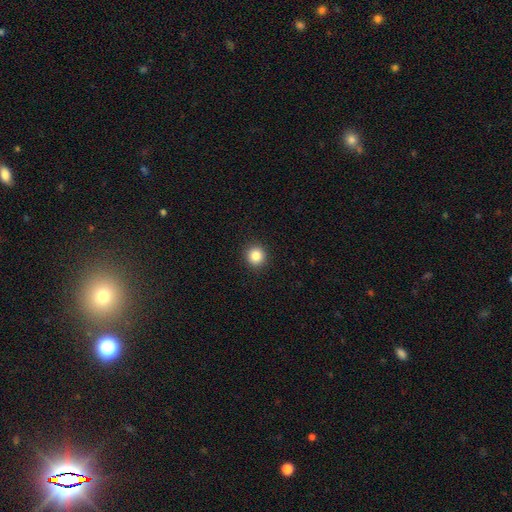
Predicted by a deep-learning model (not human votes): Smooth or featured? Predicted: smooth (p=0.85). How rounded? Predicted: round (p=0.93). Merging? Predicted: none (p=0.93).